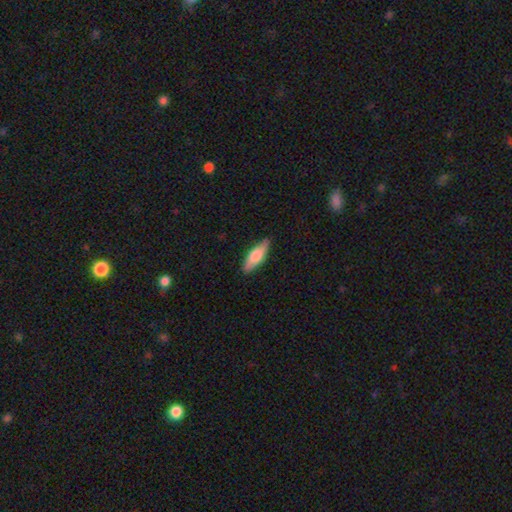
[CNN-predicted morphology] Q: Smooth or featured?
A: smooth (71%); runner-up: featured or disk (24%)
Q: How rounded?
A: in between (54%); runner-up: cigar-shaped (44%)
Q: Merging?
A: none (86%); runner-up: minor disturbance (11%)